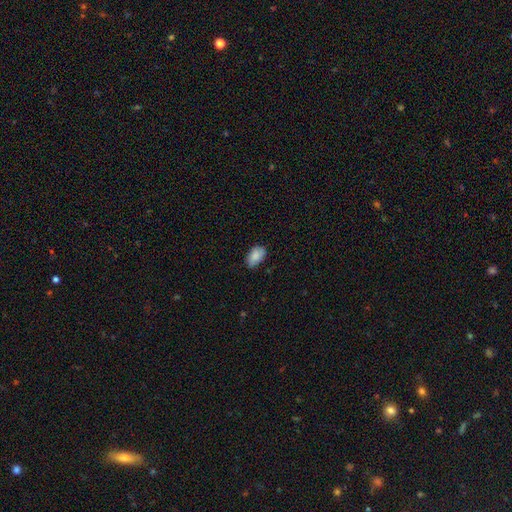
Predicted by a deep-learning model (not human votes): Smooth or featured? Predicted: smooth (p=0.84). How rounded? Predicted: in between (p=0.91). Merging? Predicted: none (p=0.71).